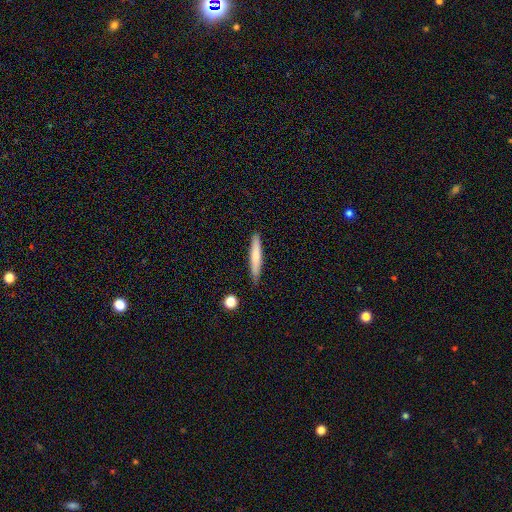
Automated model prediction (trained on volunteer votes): This is likely a smooth galaxy (71%). How rounded: clearly cigar-shaped (93%). Merging: clearly none (86%).